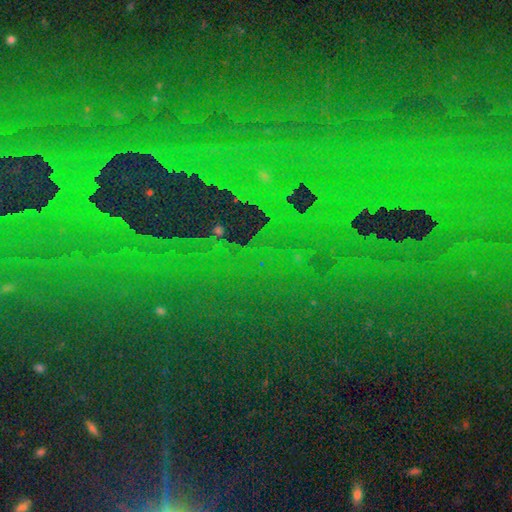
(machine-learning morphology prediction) A star or artifact, not a galaxy (85%).

Vote fractions:
- Smooth or featured? star or artifact: 85% / smooth: 8% / featured or disk: 8%